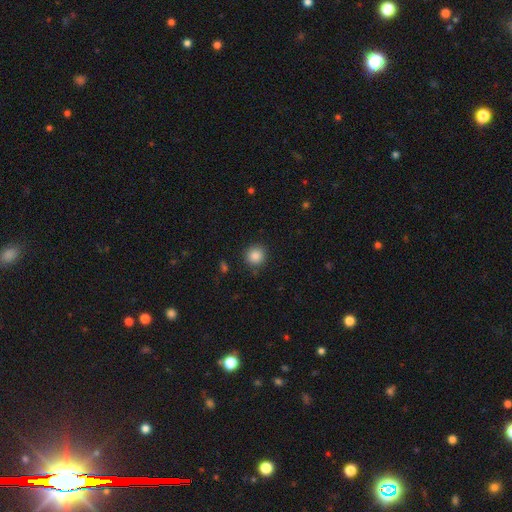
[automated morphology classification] The model was most divided on "smooth or featured": smooth: 86%, star or artifact: 10%, featured or disk: 4%. More confident: how rounded — round (92%); merging — none (89%).